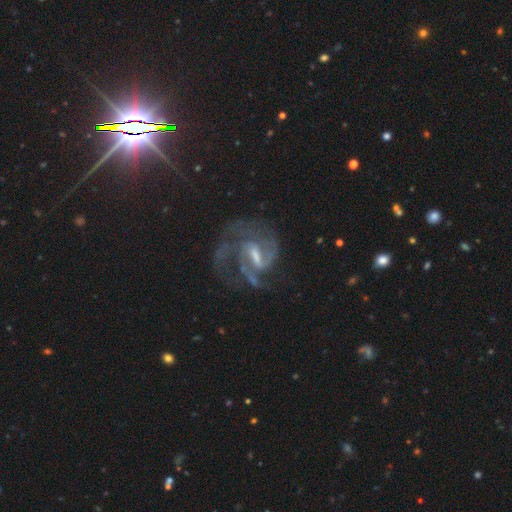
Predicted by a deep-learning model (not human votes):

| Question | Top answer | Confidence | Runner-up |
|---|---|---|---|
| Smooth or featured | featured or disk | 86% | star or artifact (8%) |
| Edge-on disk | no | 97% | yes (3%) |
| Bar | weak | 51% | strong (35%) |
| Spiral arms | yes | 95% | no (5%) |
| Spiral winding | medium | 53% | tight (29%) |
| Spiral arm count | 2 | 39% | 3 (26%) |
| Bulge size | small | 39% | moderate (37%) |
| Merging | none | 51% | major disturbance (29%) |